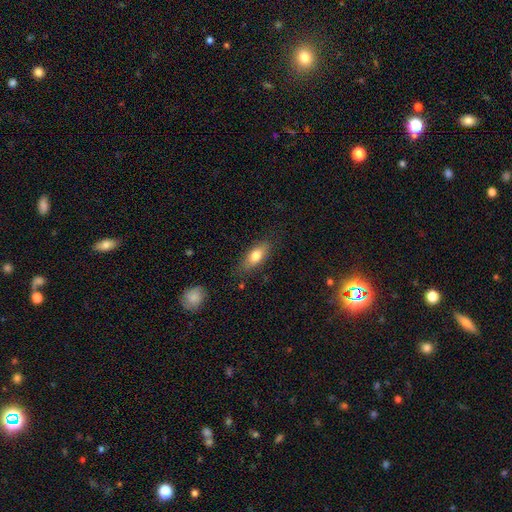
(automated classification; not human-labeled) This is likely a smooth galaxy (76%). How rounded: likely in between (77%). Merging: clearly none (81%).